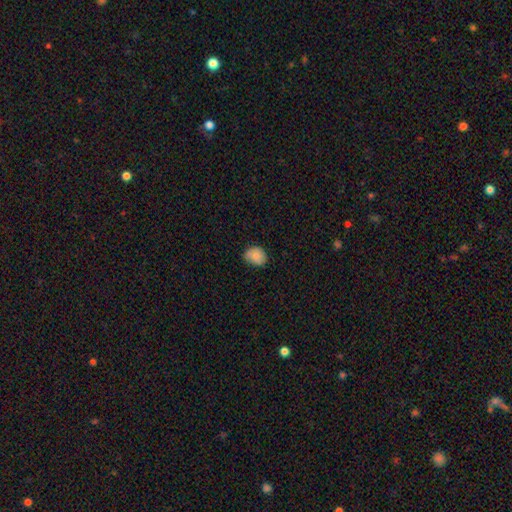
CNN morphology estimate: smooth-or-featured: smooth: 78% | featured or disk: 14% | star or artifact: 8%
  how-rounded: round: 58% | in between: 41% | cigar-shaped: 1%
  merging: none: 64% | minor disturbance: 30% | major disturbance: 5% | merger: 1%